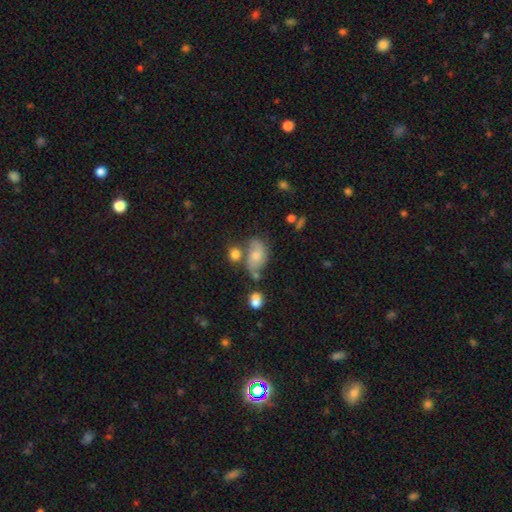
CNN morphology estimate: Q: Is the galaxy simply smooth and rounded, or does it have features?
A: smooth — 48%.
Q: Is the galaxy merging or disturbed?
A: none — 44%.